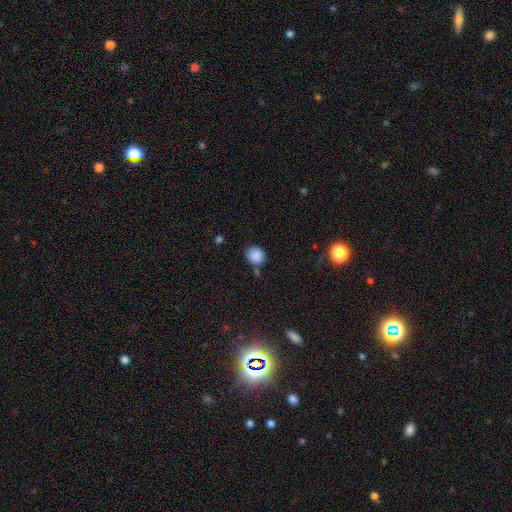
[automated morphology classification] Smooth or featured? Predicted: smooth (p=0.86). How rounded? Predicted: round (p=0.77). Merging? Predicted: none (p=0.68).